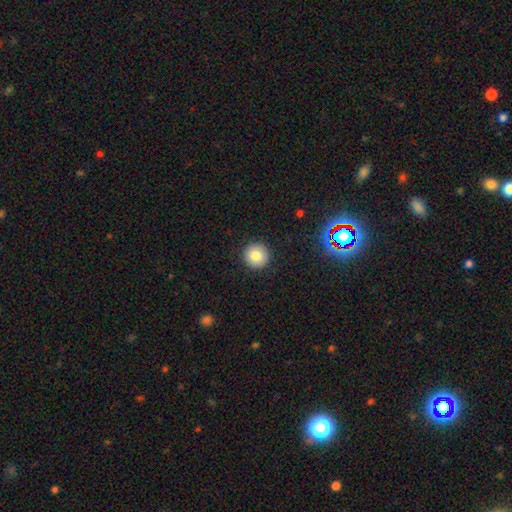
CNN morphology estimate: type=smooth (81%); roundness=round (96%); merging=none (92%).